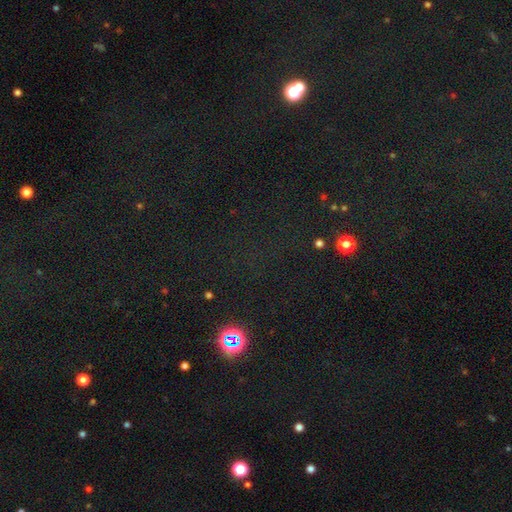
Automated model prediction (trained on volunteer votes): Morphology: type=star or artifact (72%).